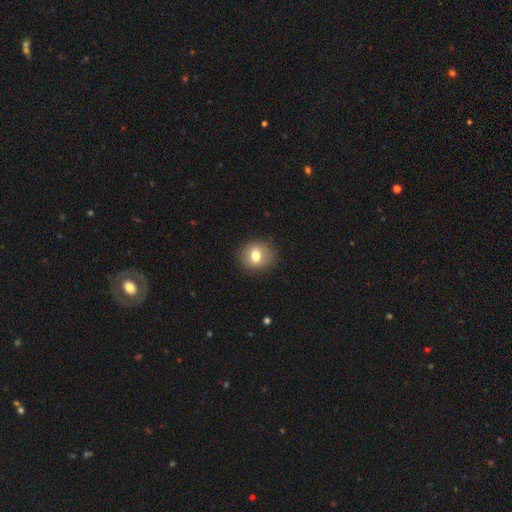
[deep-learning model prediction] smooth-or-featured: smooth: 75% | featured or disk: 16% | star or artifact: 10%
  how-rounded: round: 77% | in between: 22% | cigar-shaped: 1%
  merging: none: 89% | minor disturbance: 8% | major disturbance: 3% | merger: 1%